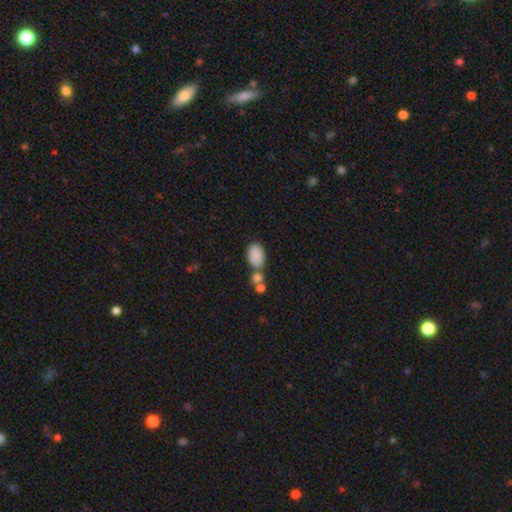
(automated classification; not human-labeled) A smooth galaxy with no disk features (86%) that is in between round and cigar-shaped (91%).

Vote fractions:
- Smooth or featured? smooth: 86% / star or artifact: 8% / featured or disk: 6%
- How rounded? in between: 91% / round: 7% / cigar-shaped: 2%
- Merging? none: 50% / merger: 30% / minor disturbance: 14% / major disturbance: 5%